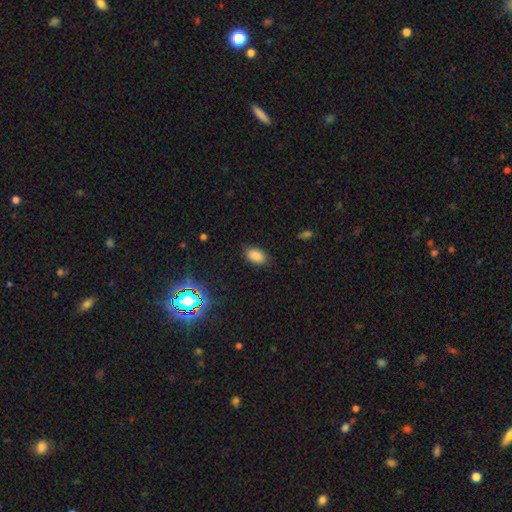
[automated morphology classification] Overall: smooth (84%). How rounded: in between (90%). Merging: none (83%).